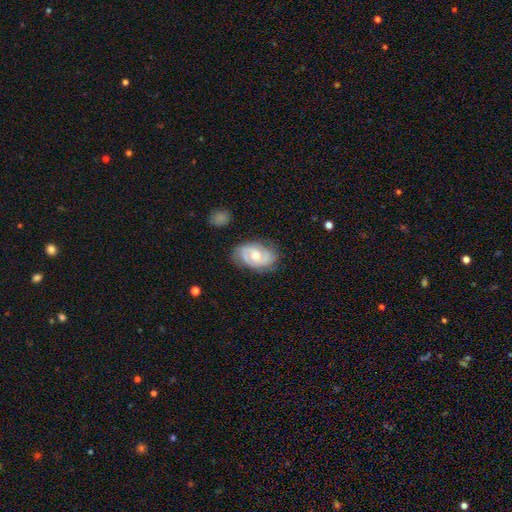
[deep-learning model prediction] Smooth or featured? Predicted: featured or disk (p=0.77). Edge-on disk? Predicted: no (p=0.97). Bar? Predicted: no (p=0.55). Spiral arms? Predicted: yes (p=0.94). Spiral winding? Predicted: tight (p=0.49). Spiral arm count? Predicted: 2 (p=0.71). Bulge size? Predicted: moderate (p=0.62). Merging? Predicted: none (p=0.75).